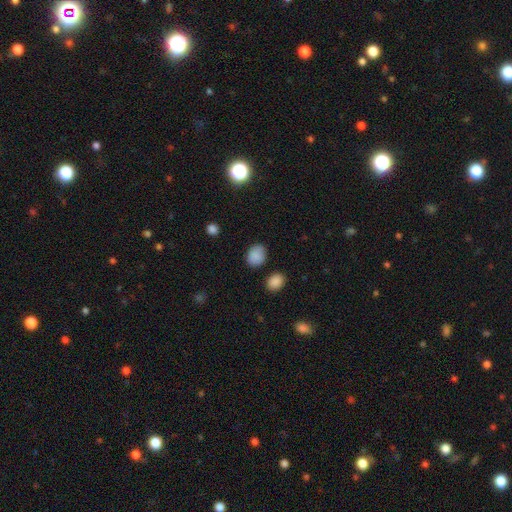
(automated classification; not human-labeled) Morphology: type=smooth (86%); roundness=in between (56%); merging=none (80%).